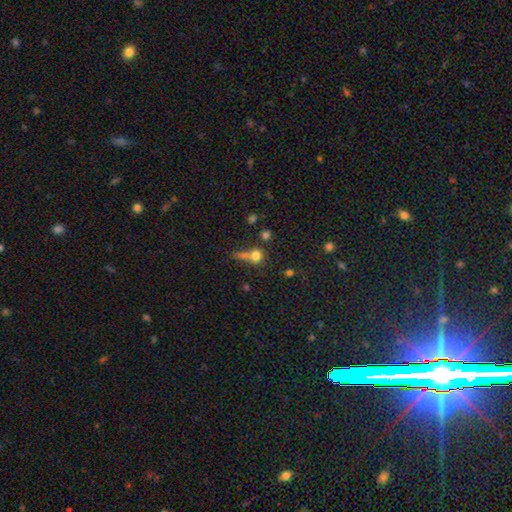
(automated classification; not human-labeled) smooth_or_featured: smooth (p=0.69) [alt: star or artifact p=0.18]
how_rounded: round (p=0.74) [alt: in between p=0.20]
merging: none (p=0.43) [alt: merger p=0.31]